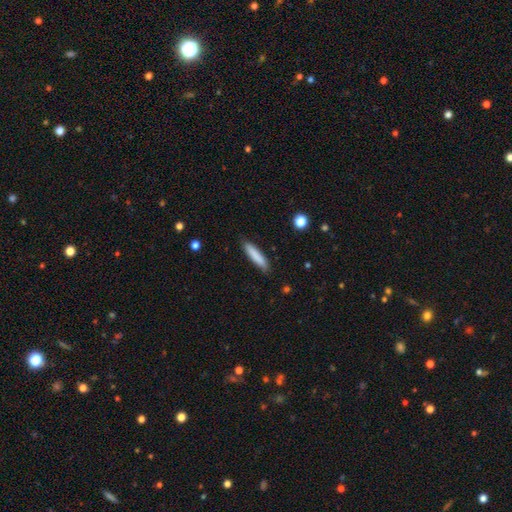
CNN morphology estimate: A smooth galaxy with no disk features (83%) that is cigar-shaped (86%).

Vote fractions:
- Smooth or featured? smooth: 83% / featured or disk: 11% / star or artifact: 6%
- How rounded? cigar-shaped: 86% / in between: 13% / round: 1%
- Merging? none: 88% / minor disturbance: 9% / major disturbance: 2% / merger: 1%